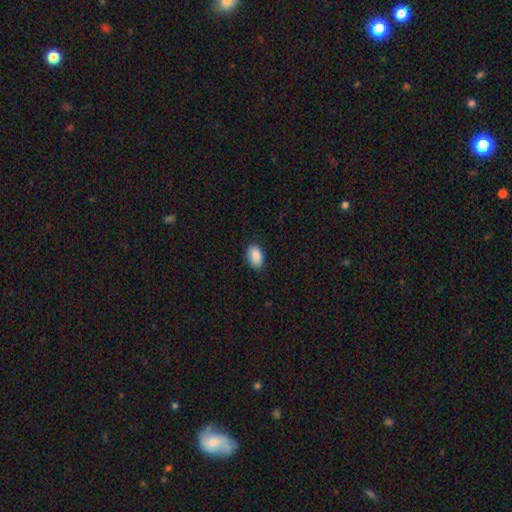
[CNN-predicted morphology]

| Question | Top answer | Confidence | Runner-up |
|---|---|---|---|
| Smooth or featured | smooth | 88% | star or artifact (7%) |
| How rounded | in between | 91% | round (8%) |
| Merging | none | 82% | minor disturbance (15%) |